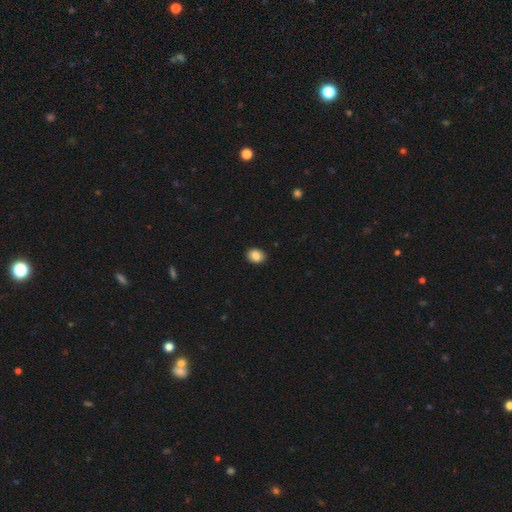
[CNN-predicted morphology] Smooth or featured: smooth — 87% (star or artifact — 8%)
How rounded: in between — 55% (round — 44%)
Merging: none — 91% (minor disturbance — 6%)